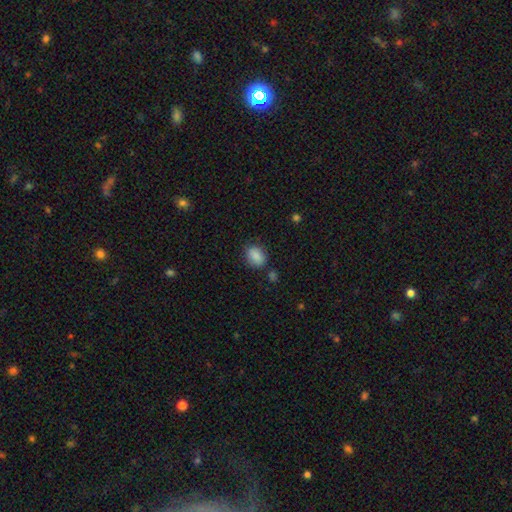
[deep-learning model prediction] smooth 88%, star or artifact 8%, featured or disk 4%. Down the decision tree: how rounded — in between (74%); merging — none (76%).